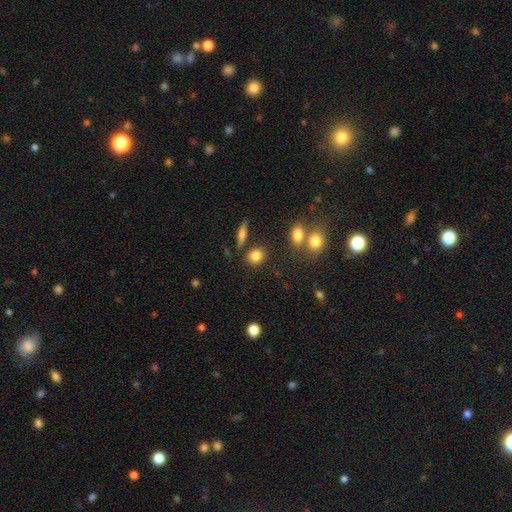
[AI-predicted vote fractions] A smooth galaxy with no disk features (82%) that is round (67%).

Vote fractions:
- Smooth or featured? smooth: 82% / star or artifact: 10% / featured or disk: 8%
- How rounded? round: 67% / in between: 30% / cigar-shaped: 3%
- Merging? none: 78% / minor disturbance: 10% / merger: 9% / major disturbance: 3%